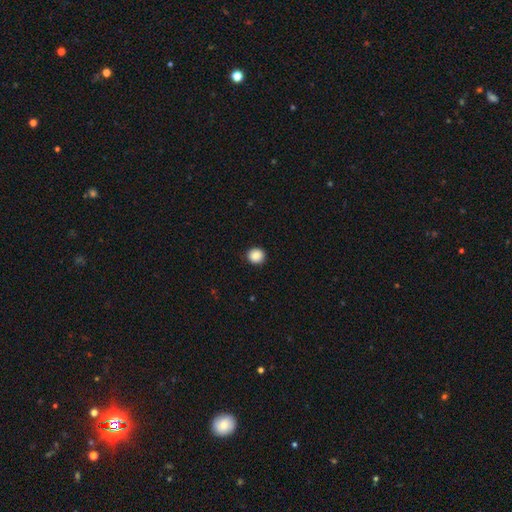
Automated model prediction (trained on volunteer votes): A smooth galaxy with no disk features (89%) that is round (93%). Merging: none (92%).